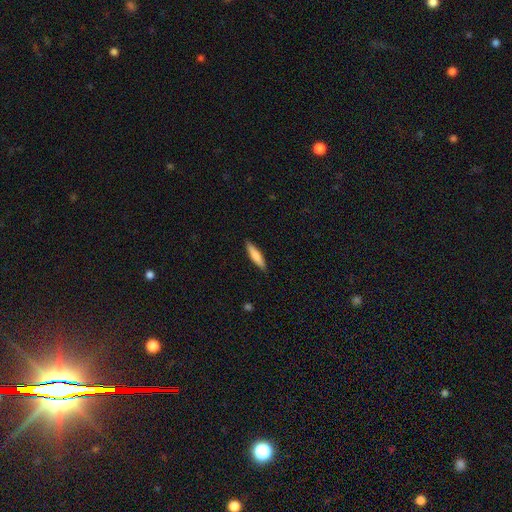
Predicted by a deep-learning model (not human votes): This is likely a smooth galaxy (77%). How rounded: clearly cigar-shaped (81%). Merging: clearly none (89%).